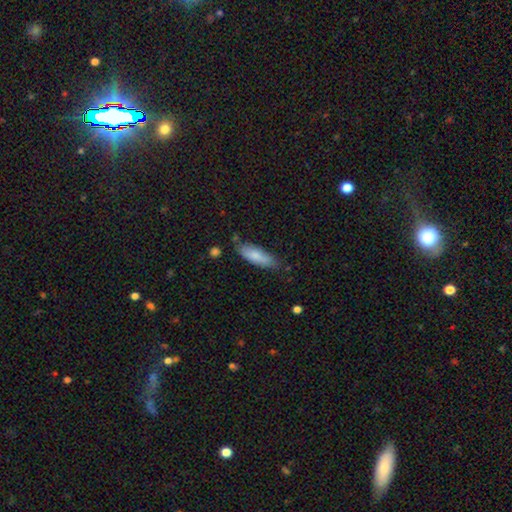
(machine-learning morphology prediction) type=smooth (80%); roundness=in between (55%); merging=none (71%).